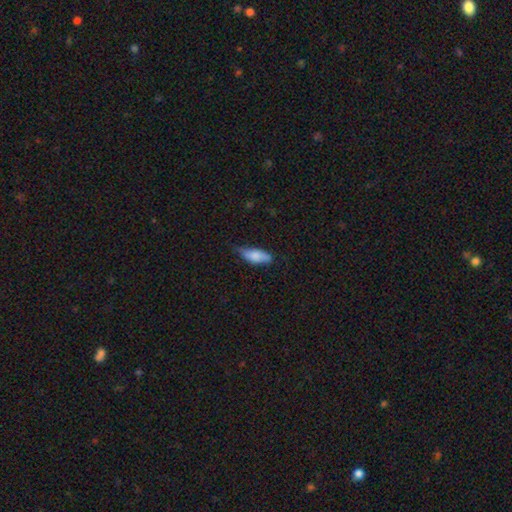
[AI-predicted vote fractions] This appears to be a smooth galaxy with no disk features (77%) that is in between round and cigar-shaped (76%). Merging: none (54%).